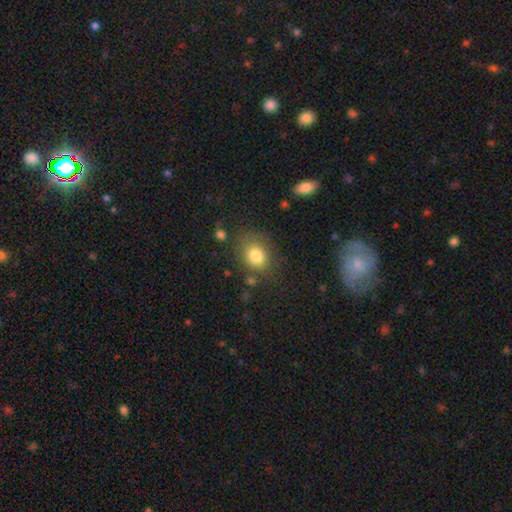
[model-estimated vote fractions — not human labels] A smooth galaxy with no disk features (81%) that is round (51%). Merging: none (72%).